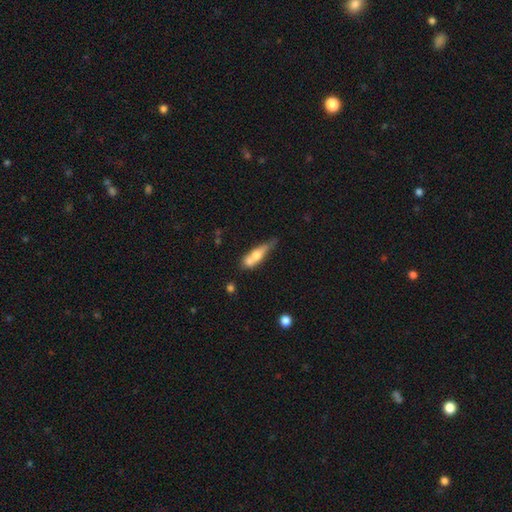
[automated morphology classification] Smooth or featured?
  - smooth: 56% *
  - featured or disk: 37%
  - star or artifact: 7%
How rounded?
  - cigar-shaped: 55% *
  - in between: 41%
  - round: 4%
Merging?
  - merger: 37% *
  - none: 32%
  - minor disturbance: 21%
  - major disturbance: 10%